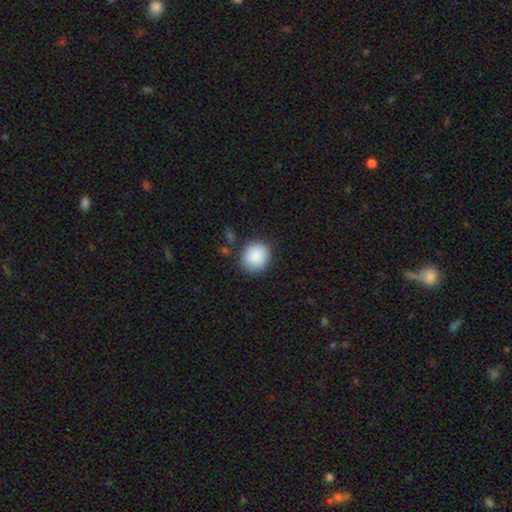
Morphology: type=smooth (85%); roundness=round (82%); merging=none (72%).